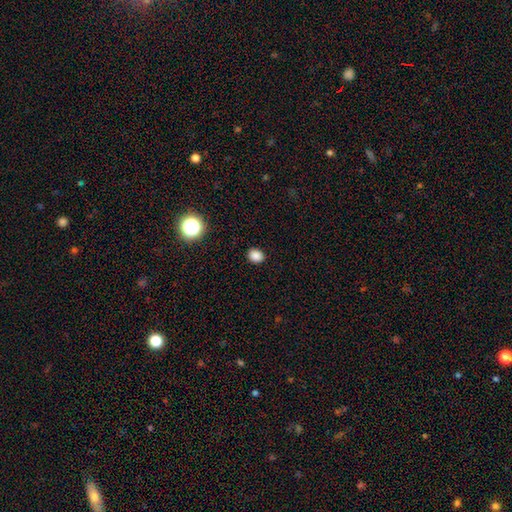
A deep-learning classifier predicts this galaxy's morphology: A smooth galaxy with no disk features (85%) that is round (57%).

Vote fractions:
- Smooth or featured? smooth: 85% / star or artifact: 12% / featured or disk: 3%
- How rounded? round: 57% / in between: 42% / cigar-shaped: 1%
- Merging? none: 89% / minor disturbance: 8% / major disturbance: 2% / merger: 1%